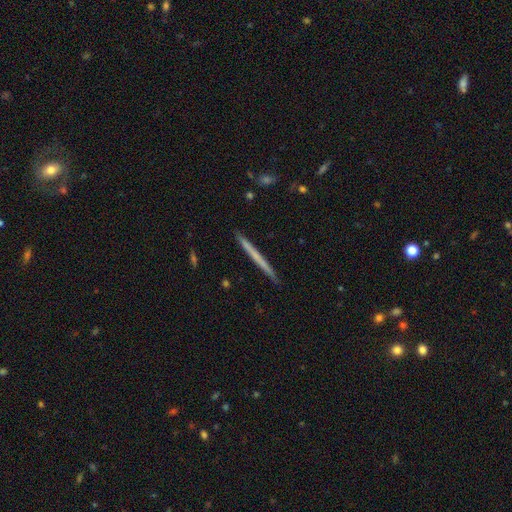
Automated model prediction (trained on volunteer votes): Smooth or featured: smooth — 48% (featured or disk — 47%)
Merging: none — 91% (minor disturbance — 6%)